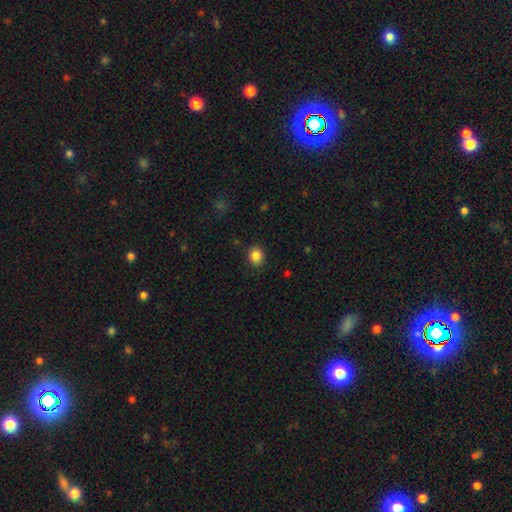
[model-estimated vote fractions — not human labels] Smooth or featured?
  - smooth: 86% *
  - star or artifact: 10%
  - featured or disk: 4%
How rounded?
  - round: 72% *
  - in between: 27%
  - cigar-shaped: 1%
Merging?
  - none: 89% *
  - minor disturbance: 8%
  - major disturbance: 2%
  - merger: 1%